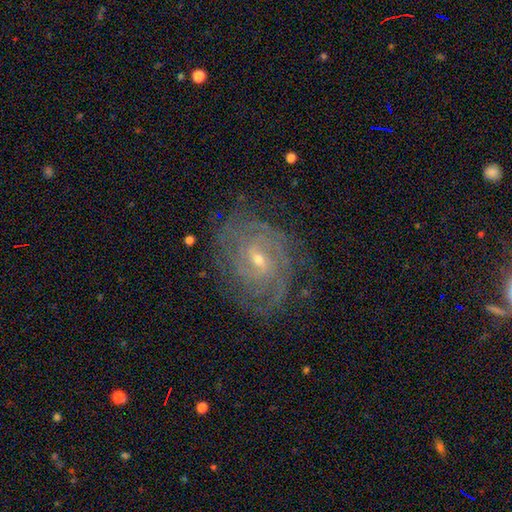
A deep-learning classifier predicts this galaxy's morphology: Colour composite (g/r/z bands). It shows a featured or disk galaxy (81%) with no bar (44%, tied with weak), tight (70%) spiral arms (95%) and a small central bulge (64%). Merging: none (78%).